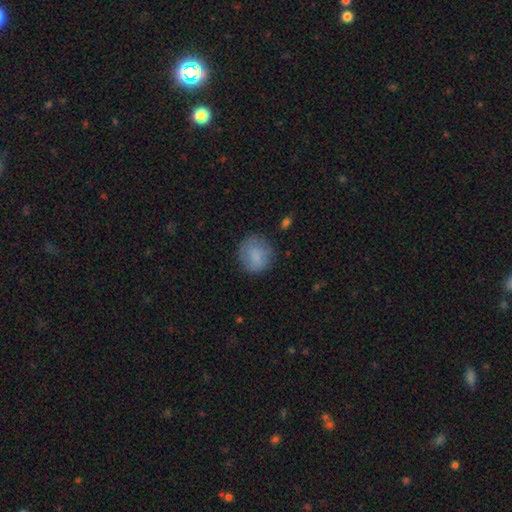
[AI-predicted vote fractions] Smooth or featured? Predicted: smooth (p=0.82). How rounded? Predicted: round (p=0.83). Merging? Predicted: none (p=0.78).